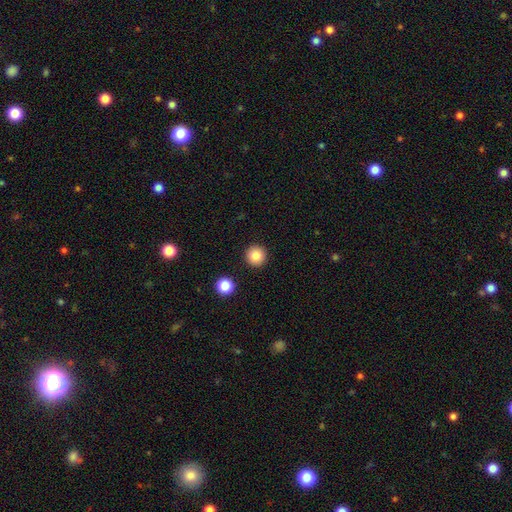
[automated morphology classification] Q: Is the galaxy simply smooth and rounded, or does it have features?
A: smooth — 83%.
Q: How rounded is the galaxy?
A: round — 96%.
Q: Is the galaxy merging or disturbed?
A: none — 92%.